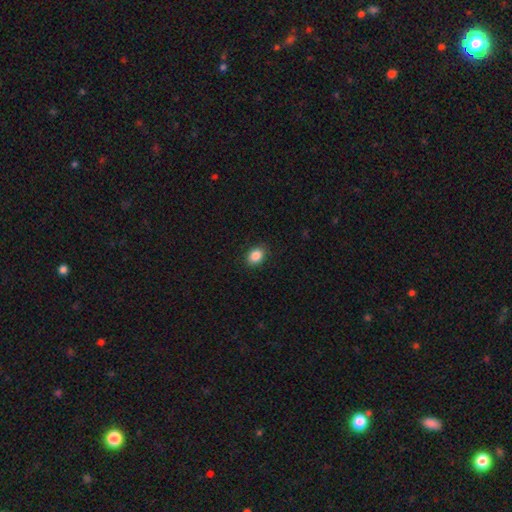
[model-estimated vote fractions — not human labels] smooth 87%, star or artifact 9%, featured or disk 4%. Down the decision tree: how rounded — in between (73%); merging — none (89%).